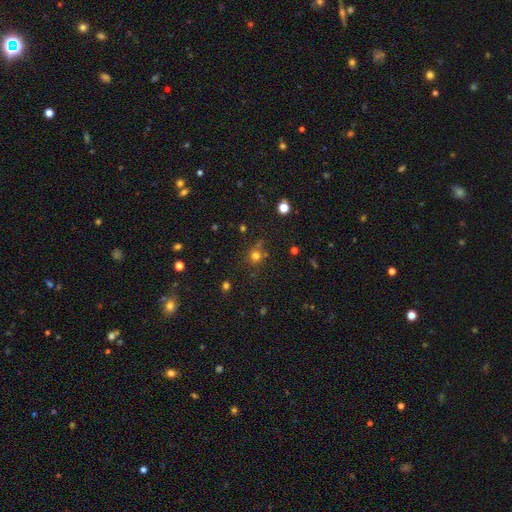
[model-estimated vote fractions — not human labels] Smooth or featured: smooth — 71% (star or artifact — 22%)
How rounded: round — 90% (in between — 9%)
Merging: none — 73% (minor disturbance — 14%)